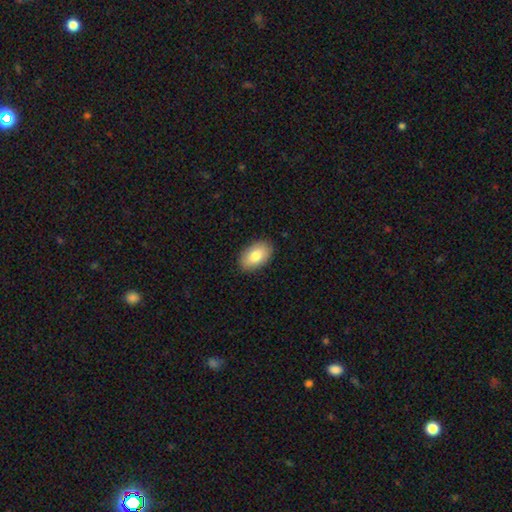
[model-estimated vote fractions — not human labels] Overall: smooth (82%). How rounded: in between (93%). Merging: none (89%).